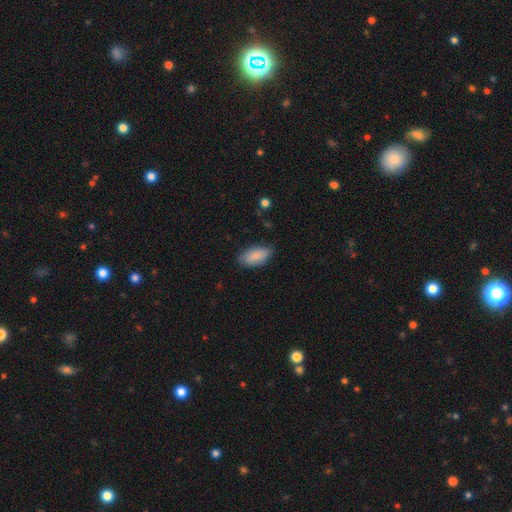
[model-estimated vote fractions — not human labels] A smooth galaxy with no disk features (87%) that is in between round and cigar-shaped (92%). Merging: none (80%).